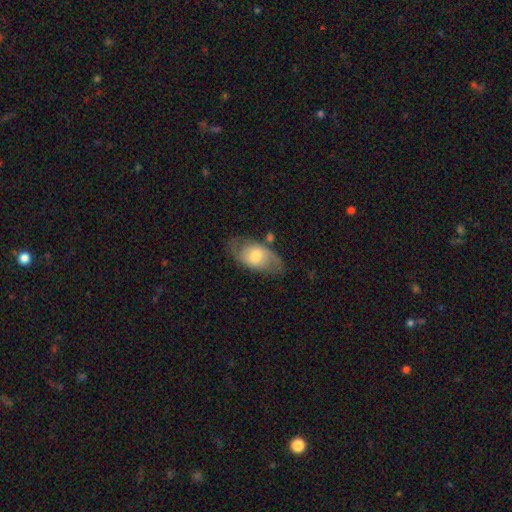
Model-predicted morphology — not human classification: Smooth or featured?
  - featured or disk: 47% *
  - smooth: 46%
  - star or artifact: 6%
Merging?
  - none: 62% *
  - minor disturbance: 22%
  - major disturbance: 11%
  - merger: 5%